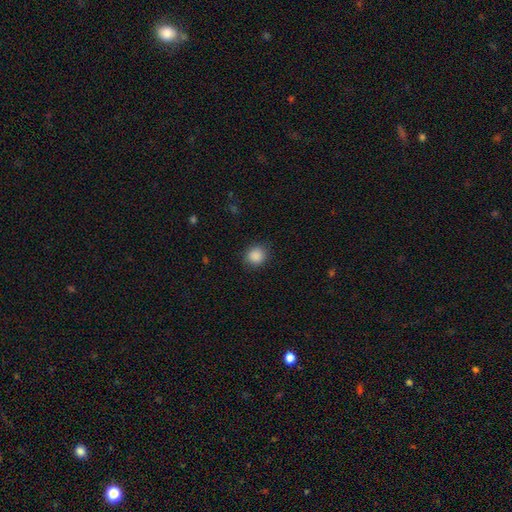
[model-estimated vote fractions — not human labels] Smooth or featured: smooth — 88% (star or artifact — 9%)
How rounded: round — 78% (in between — 21%)
Merging: none — 85% (minor disturbance — 11%)